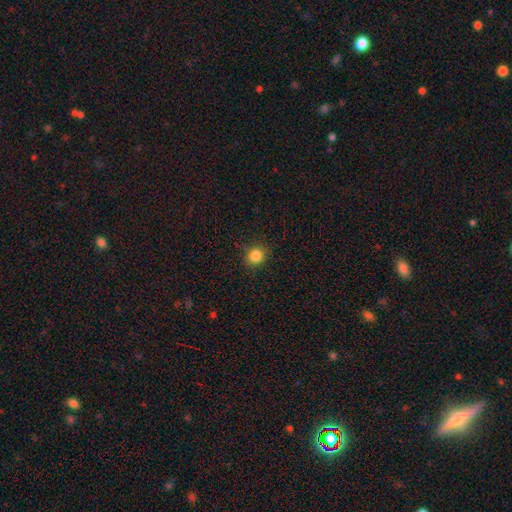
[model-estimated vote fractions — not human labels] This appears to be a smooth galaxy with no disk features (85%) that is round (83%). Merging: none (87%).